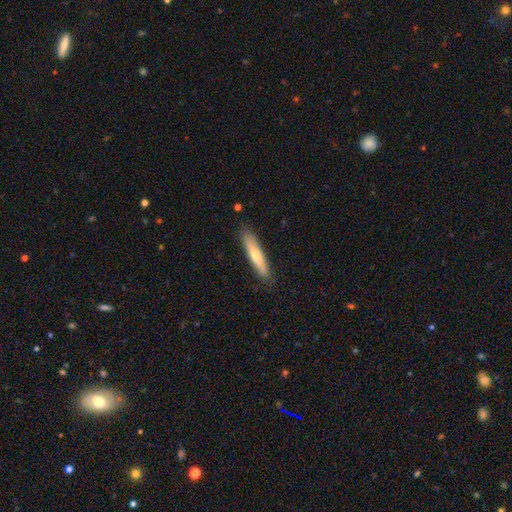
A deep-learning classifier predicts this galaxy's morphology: The model was most divided on "smooth or featured": smooth: 68%, featured or disk: 27%, star or artifact: 5%. More confident: how rounded — cigar-shaped (88%); merging — none (86%).